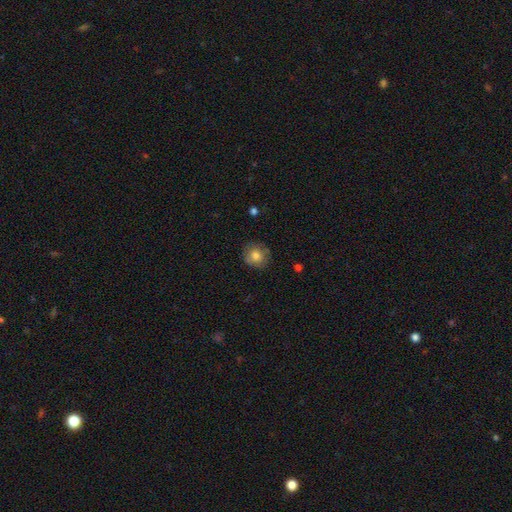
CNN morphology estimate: This appears to be a smooth galaxy with no disk features (79%) that is round (90%). Merging: none (84%).